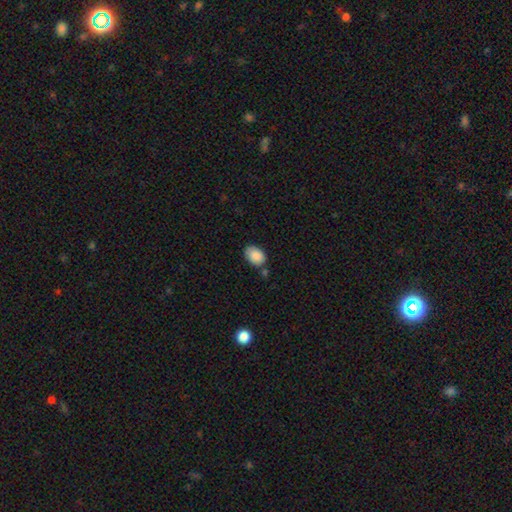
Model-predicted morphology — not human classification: smooth 88%, star or artifact 7%, featured or disk 4%. Down the decision tree: how rounded — in between (82%); merging — none (71%).